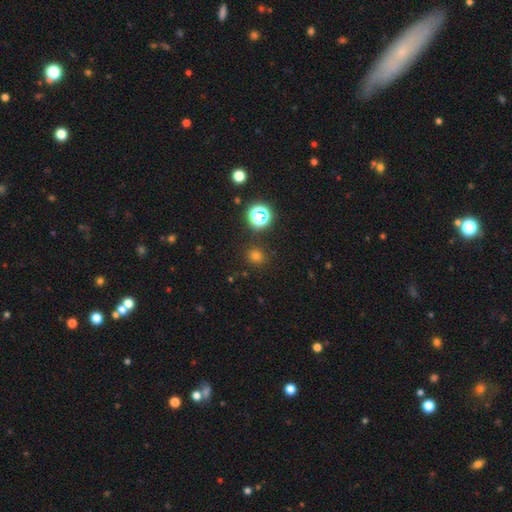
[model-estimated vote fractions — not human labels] Overall: smooth (70%). How rounded: round (84%). Merging: none (86%).